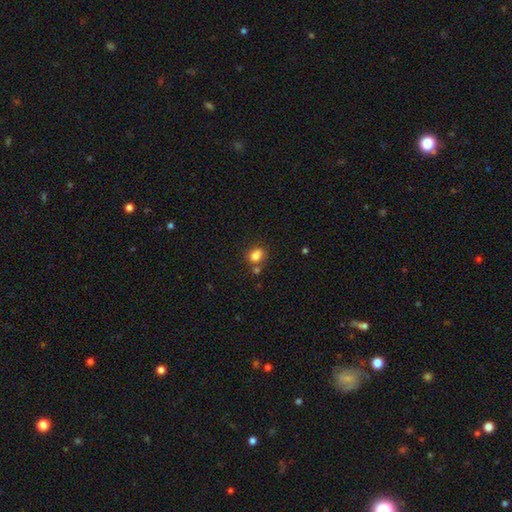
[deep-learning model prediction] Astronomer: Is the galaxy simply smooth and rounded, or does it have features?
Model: smooth — 80%.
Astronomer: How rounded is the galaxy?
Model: round — 51% (runner-up: in between, 48%).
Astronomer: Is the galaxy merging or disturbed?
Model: none — 55%.